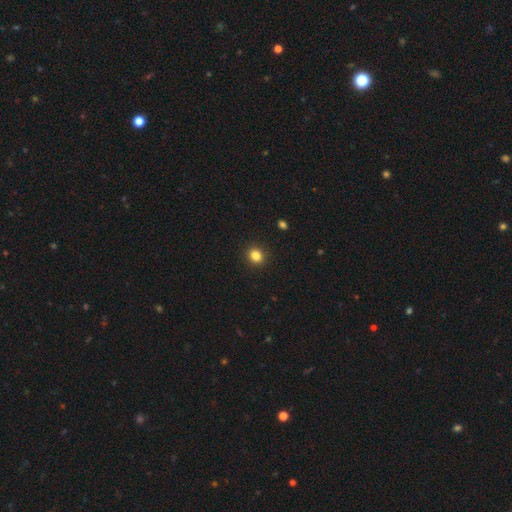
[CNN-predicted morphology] A smooth galaxy with no disk features (84%) that is round (68%). Merging: none (91%).